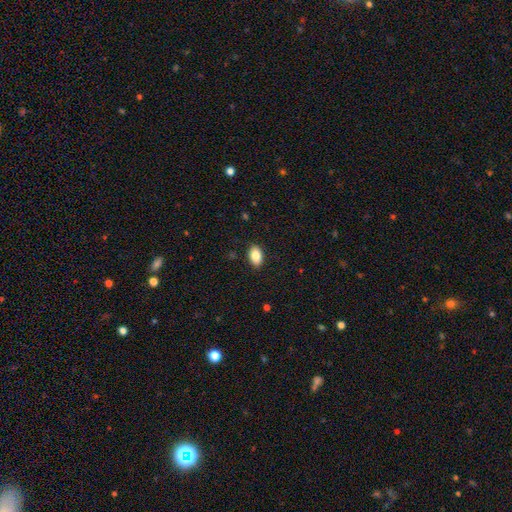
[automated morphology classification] smooth-or-featured: smooth: 85% | star or artifact: 8% | featured or disk: 7%
  how-rounded: in between: 89% | round: 9% | cigar-shaped: 1%
  merging: none: 89% | minor disturbance: 8% | major disturbance: 2% | merger: 1%